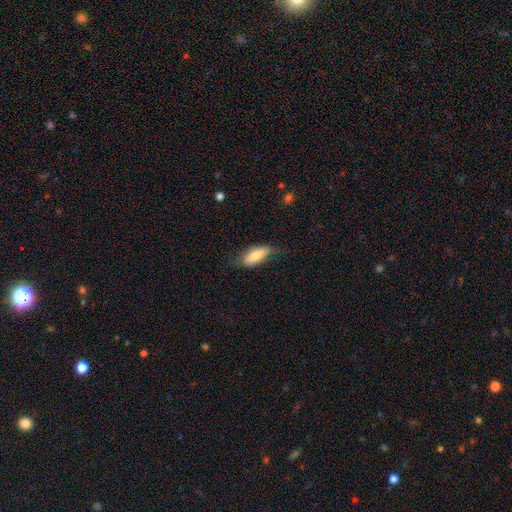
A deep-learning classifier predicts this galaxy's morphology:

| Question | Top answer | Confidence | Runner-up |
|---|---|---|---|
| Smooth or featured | smooth | 68% | featured or disk (26%) |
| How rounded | in between | 80% | cigar-shaped (17%) |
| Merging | none | 63% | minor disturbance (27%) |